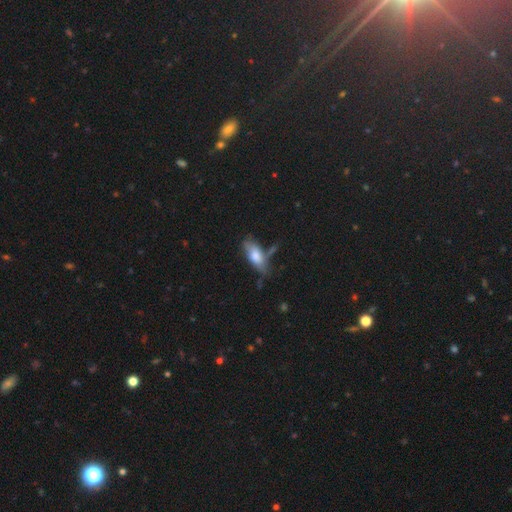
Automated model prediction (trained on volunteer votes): smooth_or_featured: smooth (p=0.68) [alt: featured or disk p=0.25]
how_rounded: in between (p=0.75) [alt: cigar-shaped p=0.22]
merging: none (p=0.54) [alt: minor disturbance p=0.27]